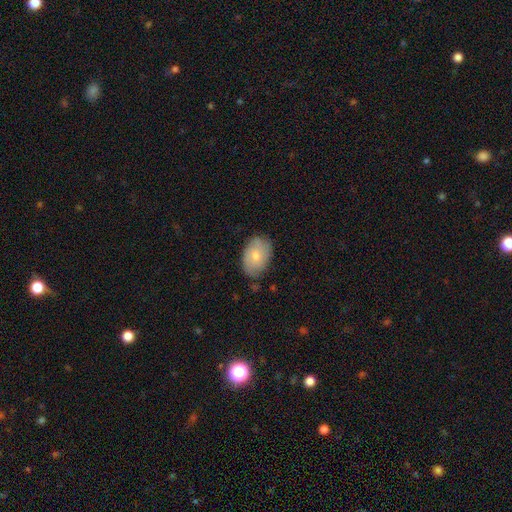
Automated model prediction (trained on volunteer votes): A smooth galaxy with no disk features (73%) that is in between round and cigar-shaped (87%).

Vote fractions:
- Smooth or featured? smooth: 73% / featured or disk: 21% / star or artifact: 6%
- How rounded? in between: 87% / round: 12% / cigar-shaped: 1%
- Merging? none: 74% / minor disturbance: 20% / major disturbance: 4% / merger: 2%